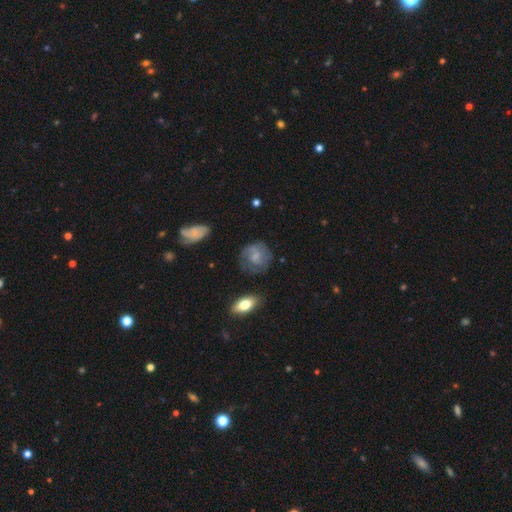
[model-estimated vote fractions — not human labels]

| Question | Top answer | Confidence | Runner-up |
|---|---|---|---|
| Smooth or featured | featured or disk | 56% | smooth (35%) |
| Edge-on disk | no | 97% | yes (3%) |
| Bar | no | 53% | weak (40%) |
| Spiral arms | yes | 85% | no (15%) |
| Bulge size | small | 42% | none (31%) |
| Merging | none | 68% | minor disturbance (20%) |